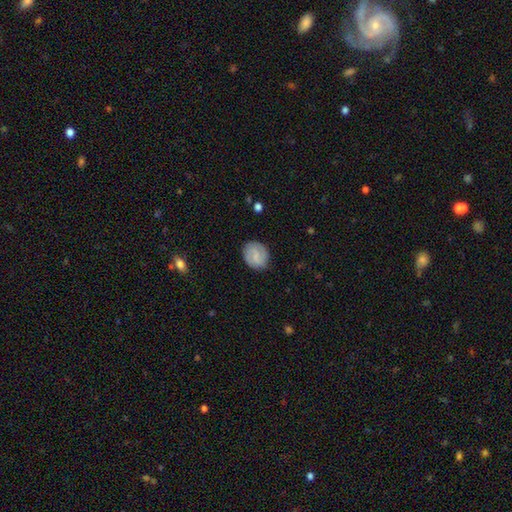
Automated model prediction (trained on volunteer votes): This is possibly a featured or disk galaxy (52%). It is clearly not viewed edge-on (97%). Bar: possibly weak (54%). Spiral arm pattern: clearly yes (86%). Central bulge: marginally small (44%). Merging: clearly none (84%).